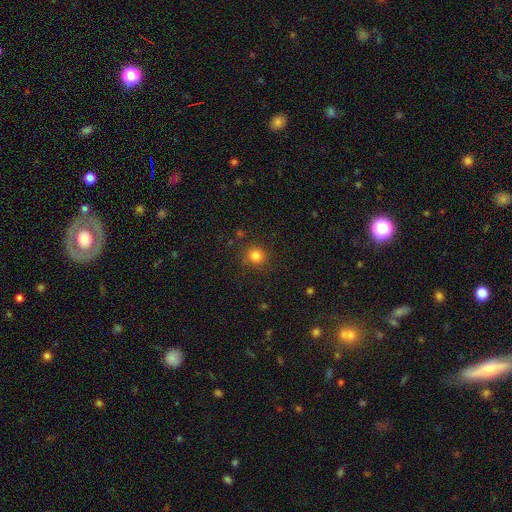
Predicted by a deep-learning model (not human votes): Smooth or featured? smooth (82%)
How rounded? round (89%)
Merging? none (84%)